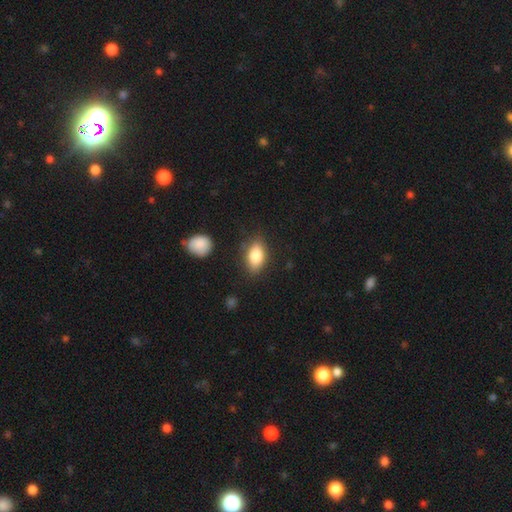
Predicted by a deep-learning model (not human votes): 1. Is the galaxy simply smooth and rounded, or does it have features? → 83% smooth, 10% featured or disk, 7% star or artifact.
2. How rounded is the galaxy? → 89% in between, 7% round, 4% cigar-shaped.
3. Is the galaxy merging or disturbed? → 81% none, 13% minor disturbance, 3% major disturbance, 3% merger.